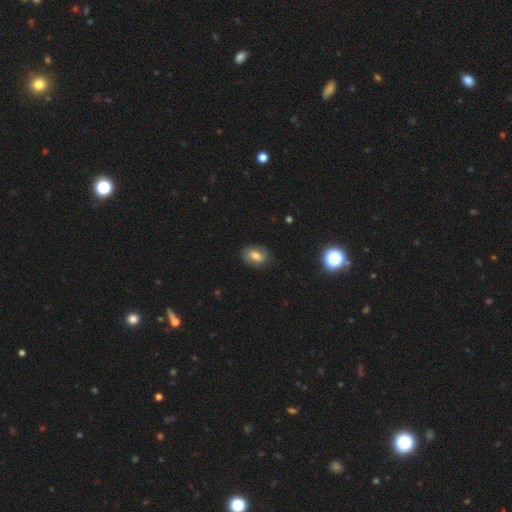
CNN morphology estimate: Smooth or featured? smooth (63%)
How rounded? in between (79%)
Merging? none (78%)